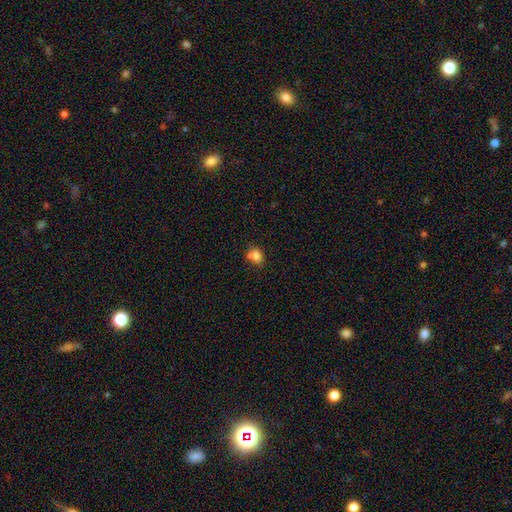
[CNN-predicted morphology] Smooth or featured: smooth — 77% (featured or disk — 12%)
How rounded: in between — 52% (round — 47%)
Merging: none — 43% (merger — 35%)